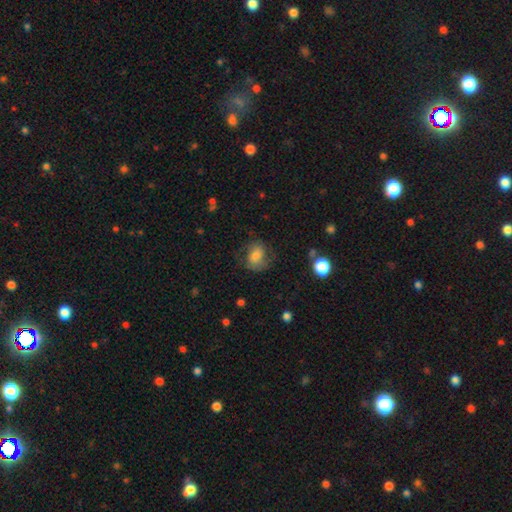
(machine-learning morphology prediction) smooth_or_featured: smooth (p=0.64) [alt: featured or disk p=0.27]
how_rounded: in between (p=0.54) [alt: round p=0.45]
merging: none (p=0.60) [alt: minor disturbance p=0.22]